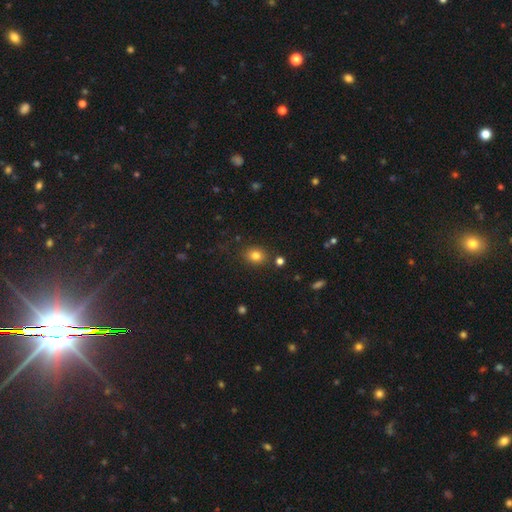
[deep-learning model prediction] Q: Smooth or featured?
A: smooth (81%); runner-up: star or artifact (13%)
Q: How rounded?
A: round (62%); runner-up: in between (37%)
Q: Merging?
A: none (83%); runner-up: minor disturbance (10%)